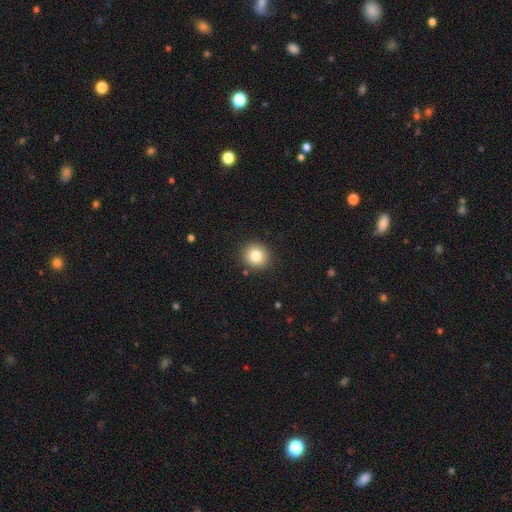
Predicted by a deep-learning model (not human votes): Morphology: type=smooth (82%); roundness=round (90%); merging=none (91%).